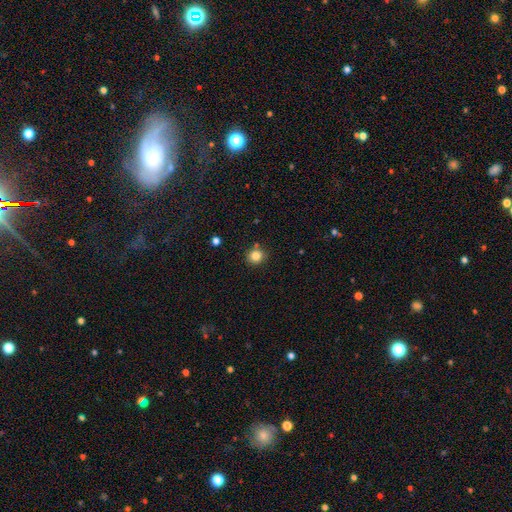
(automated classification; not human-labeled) This appears to be a smooth galaxy with no disk features (83%) that is round (89%). Merging: none (84%).